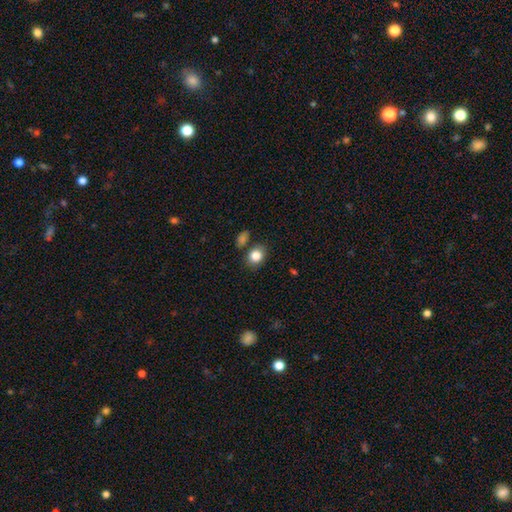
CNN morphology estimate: Smooth or featured: smooth — 83% (star or artifact — 10%)
How rounded: round — 58% (in between — 41%)
Merging: none — 76% (minor disturbance — 12%)